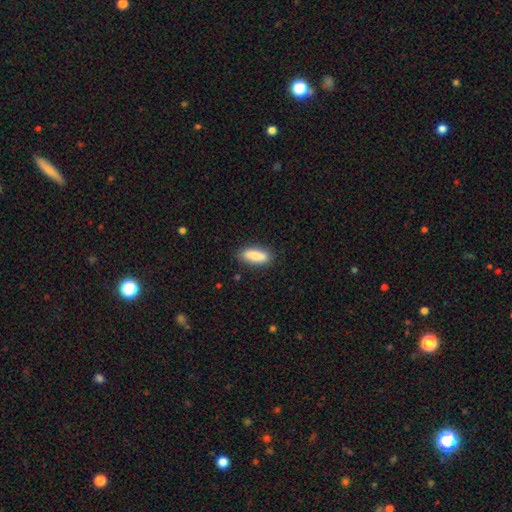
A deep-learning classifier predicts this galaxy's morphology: smooth-or-featured: smooth: 84% | featured or disk: 9% | star or artifact: 7%
  how-rounded: in between: 57% | cigar-shaped: 40% | round: 2%
  merging: none: 84% | minor disturbance: 12% | major disturbance: 3% | merger: 2%